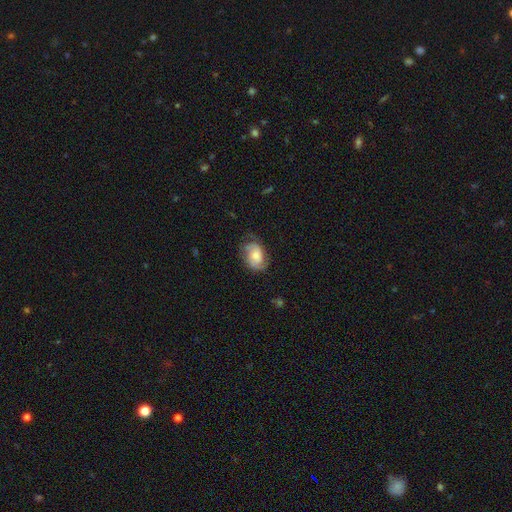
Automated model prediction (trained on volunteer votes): Q: Smooth or featured?
A: featured or disk (51%); runner-up: smooth (41%)
Q: Edge-on disk?
A: no (97%); runner-up: yes (3%)
Q: Merging?
A: none (62%); runner-up: minor disturbance (25%)